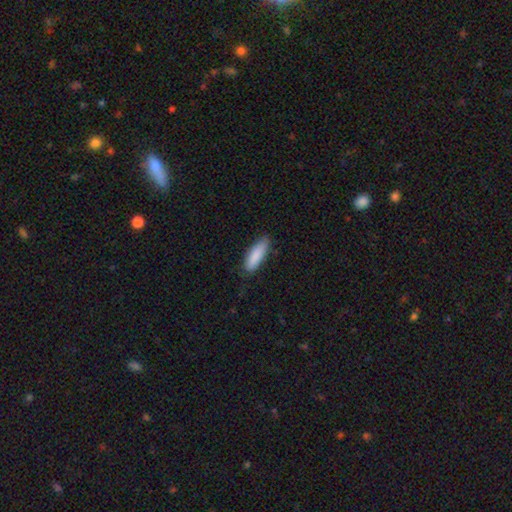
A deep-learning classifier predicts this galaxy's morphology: This appears to be a smooth galaxy with no disk features (88%) that is in between round and cigar-shaped (57%). Merging: none (78%).